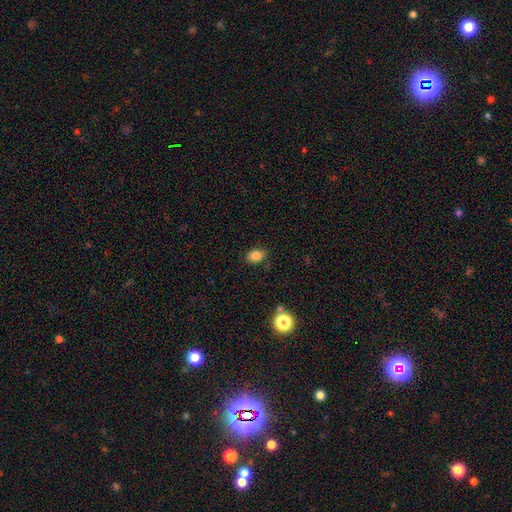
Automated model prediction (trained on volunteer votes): smooth 84%, star or artifact 11%, featured or disk 5%. Down the decision tree: how rounded — in between (69%); merging — none (82%).